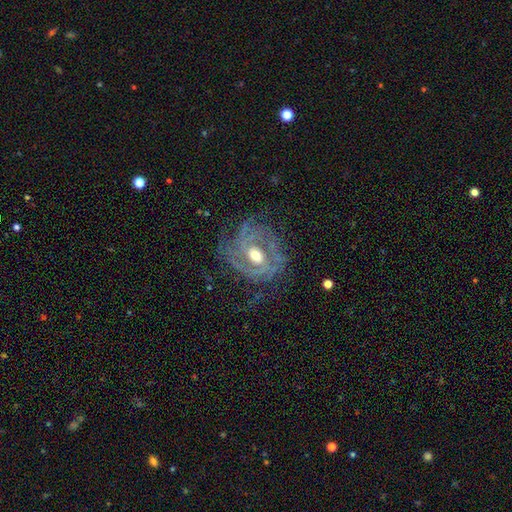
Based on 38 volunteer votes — This appears to be a featured or disk galaxy (87%) with no bar (47%), tight (50%) spiral arms (88%) and a moderate central bulge (81%). Merging: none (68%).